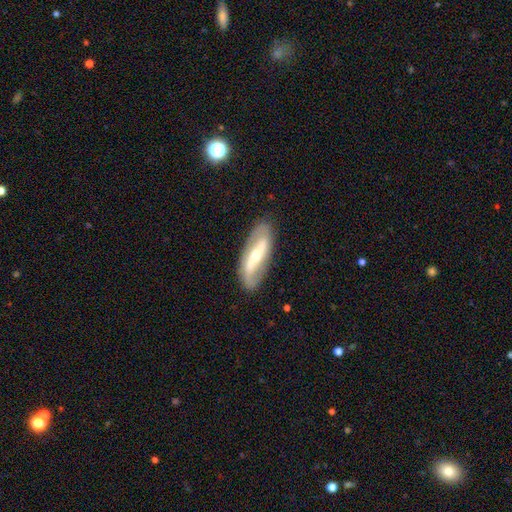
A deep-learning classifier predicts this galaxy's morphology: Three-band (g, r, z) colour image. It shows a featured or disk galaxy (76%) with a strong bar (63%), spiral arms (75%) and a moderate central bulge (48%). Merging: none (84%).